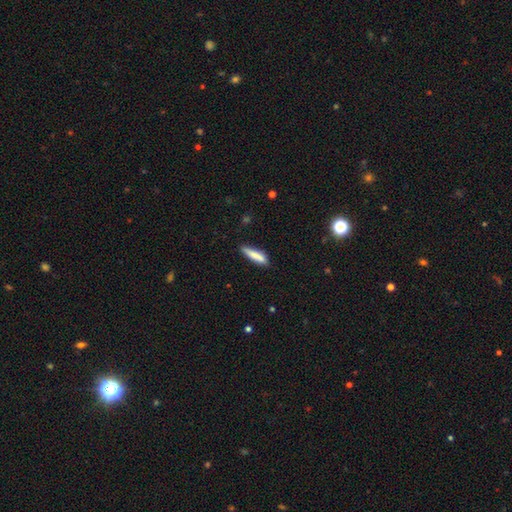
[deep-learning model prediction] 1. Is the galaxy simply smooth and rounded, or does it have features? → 82% smooth, 12% featured or disk, 6% star or artifact.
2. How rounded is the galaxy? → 80% cigar-shaped, 19% in between, 1% round.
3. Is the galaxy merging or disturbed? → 79% none, 17% minor disturbance, 3% major disturbance, 2% merger.